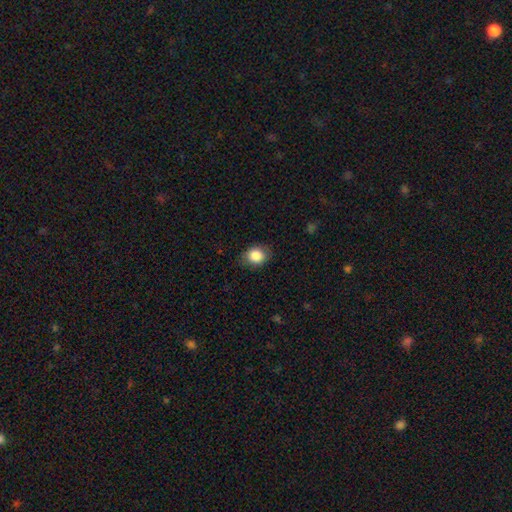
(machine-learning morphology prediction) The model was most divided on "how rounded": round: 52%, in between: 47%, cigar-shaped: 1%. More confident: smooth or featured — smooth (85%); merging — none (81%).